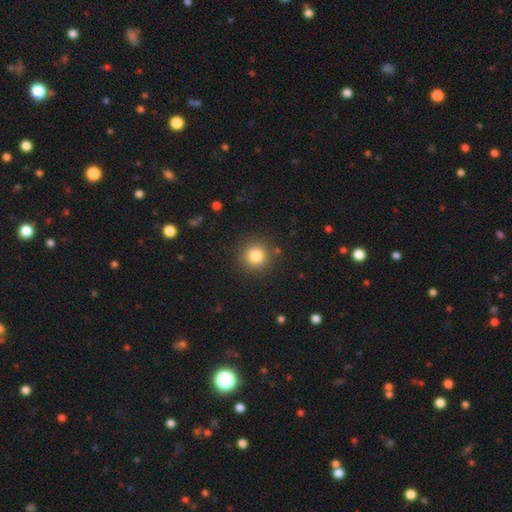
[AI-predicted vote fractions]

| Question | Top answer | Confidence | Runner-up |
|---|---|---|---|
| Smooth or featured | smooth | 81% | star or artifact (12%) |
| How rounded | round | 94% | in between (5%) |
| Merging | none | 88% | minor disturbance (7%) |